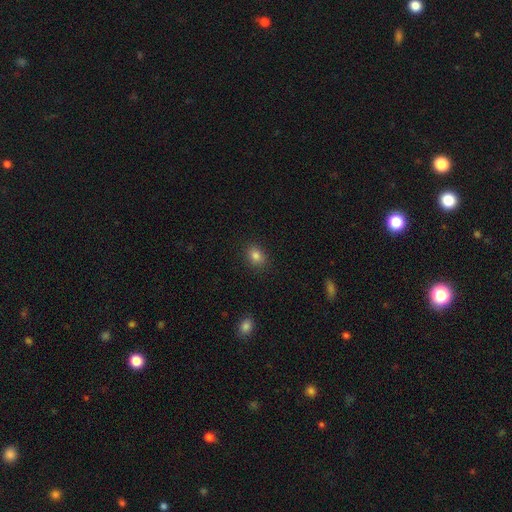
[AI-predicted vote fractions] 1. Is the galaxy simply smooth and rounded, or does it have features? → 83% smooth, 11% star or artifact, 6% featured or disk.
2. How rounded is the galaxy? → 59% in between, 40% round, 1% cigar-shaped.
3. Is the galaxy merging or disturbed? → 88% none, 9% minor disturbance, 2% major disturbance, 1% merger.